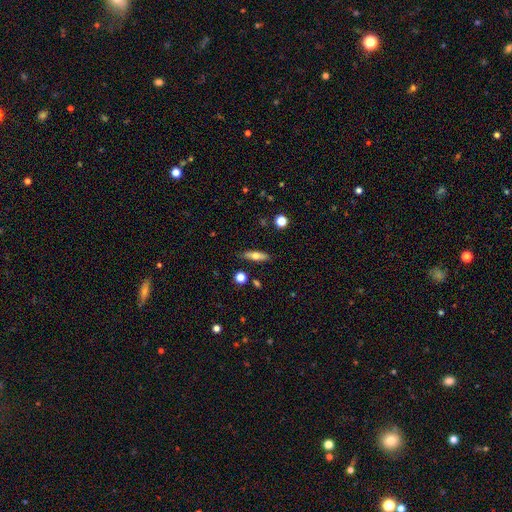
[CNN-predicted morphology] This is likely a smooth galaxy (62%). How rounded: possibly cigar-shaped (55%). Merging: clearly none (85%).